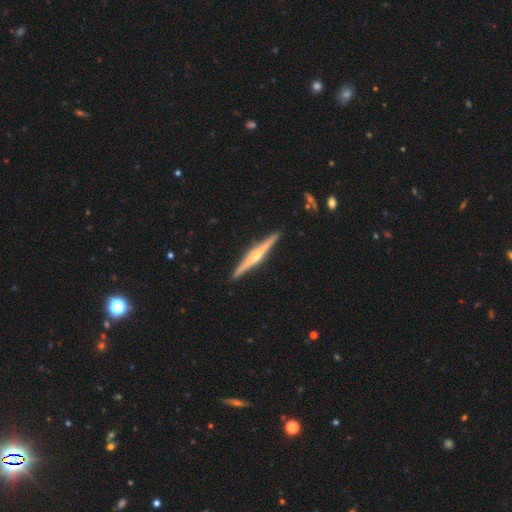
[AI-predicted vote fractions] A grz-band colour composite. It shows a featured or disk galaxy (76%) viewed edge-on (98%) with a rounded central bulge (85%). Merging: none (92%).